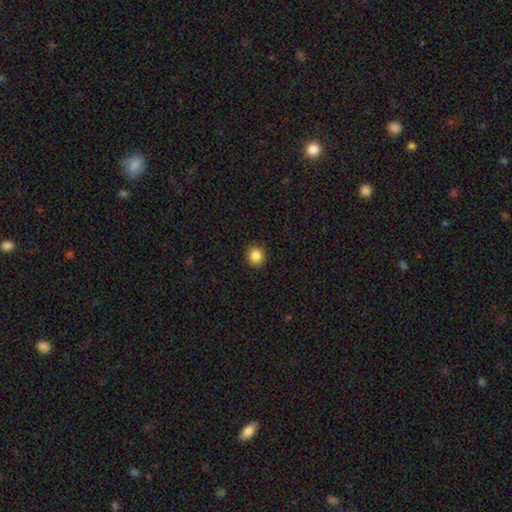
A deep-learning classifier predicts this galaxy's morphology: Smooth or featured? smooth (86%)
How rounded? round (88%)
Merging? none (91%)